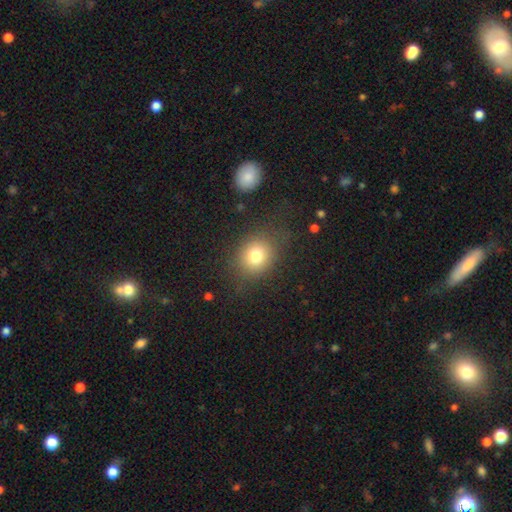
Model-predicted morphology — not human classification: Smooth or featured? Predicted: smooth (p=0.77). How rounded? Predicted: round (p=0.67). Merging? Predicted: none (p=0.77).